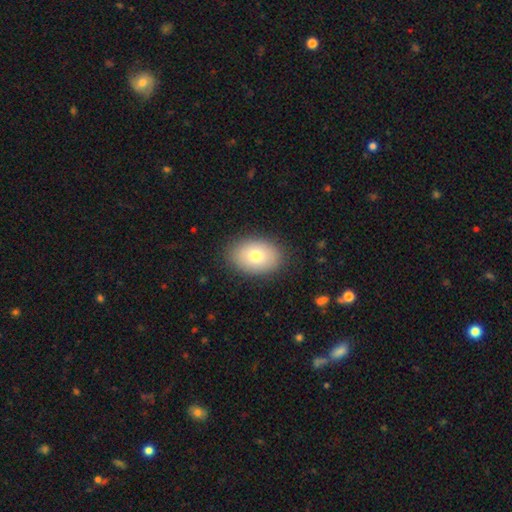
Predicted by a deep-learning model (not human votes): smooth_or_featured: smooth (p=0.79) [alt: featured or disk p=0.14]
how_rounded: in between (p=0.82) [alt: round p=0.17]
merging: none (p=0.87) [alt: minor disturbance p=0.09]